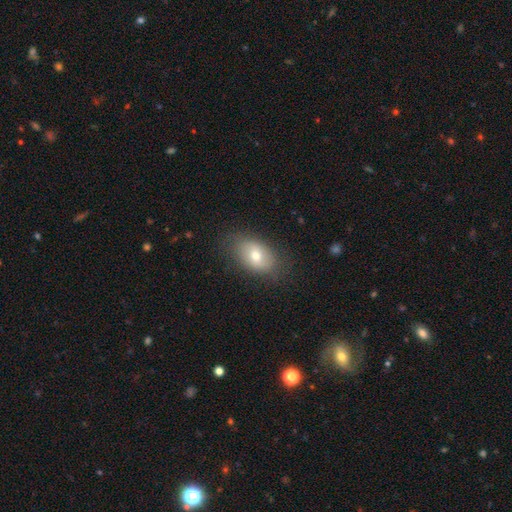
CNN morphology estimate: This is likely a smooth galaxy (68%). How rounded: clearly in between (87%). Merging: likely none (79%).